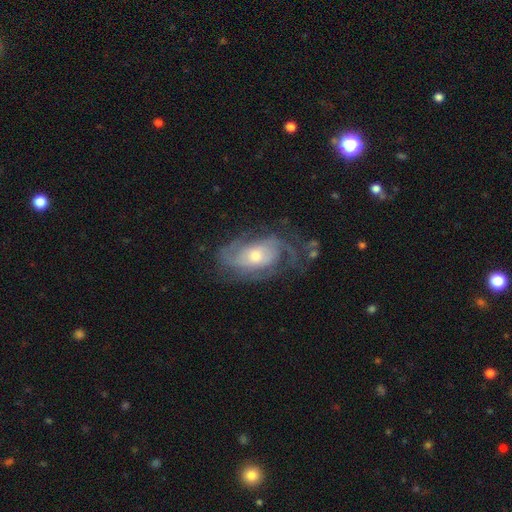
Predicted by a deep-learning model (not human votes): A featured or disk galaxy (84%) with no bar (66%), 2 (38%) tight (44%) spiral arms (93%) and a moderate central bulge (60%).

Vote fractions:
- Smooth or featured? featured or disk: 84% / smooth: 10% / star or artifact: 5%
- Edge-on disk? no: 96% / yes: 4%
- Bar? no: 66% / weak: 28% / strong: 6%
- Spiral arms? yes: 93% / no: 7%
- Spiral winding? tight: 44% / medium: 40% / loose: 16%
- Spiral arm count? 2: 38% / can't tell: 27% / 3: 19% / 1: 6% / 4: 6% / more than 4: 4%
- Bulge size? moderate: 60% / small: 29% / large: 8% / none: 2% / dominant: 1%
- Merging? none: 59% / minor disturbance: 21% / major disturbance: 18% / merger: 2%